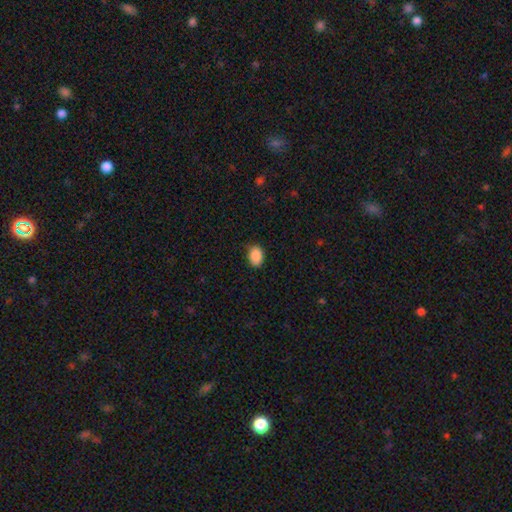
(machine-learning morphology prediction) smooth-or-featured: smooth: 89% | star or artifact: 8% | featured or disk: 3%
  how-rounded: in between: 81% | round: 18% | cigar-shaped: 1%
  merging: none: 84% | minor disturbance: 13% | major disturbance: 3% | merger: 1%